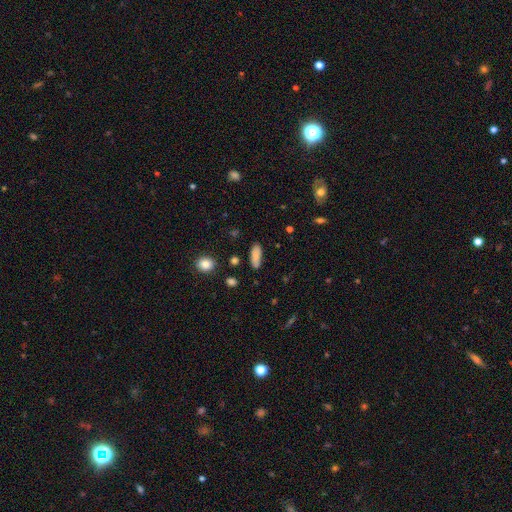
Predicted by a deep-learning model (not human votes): smooth 85%, star or artifact 8%, featured or disk 7%. Down the decision tree: how rounded — in between (63%); merging — none (82%).